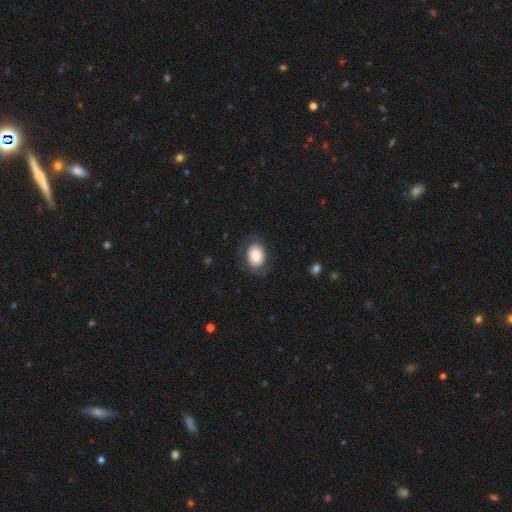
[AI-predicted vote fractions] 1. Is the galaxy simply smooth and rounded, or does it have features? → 76% smooth, 17% featured or disk, 7% star or artifact.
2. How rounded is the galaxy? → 70% in between, 29% round, 1% cigar-shaped.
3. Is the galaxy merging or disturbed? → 72% none, 17% minor disturbance, 10% major disturbance, 1% merger.